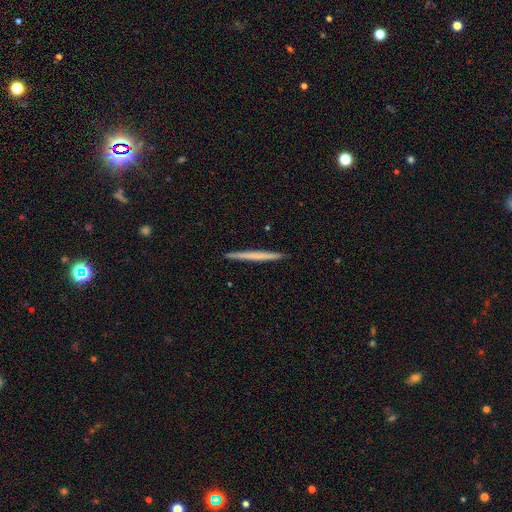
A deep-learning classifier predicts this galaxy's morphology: The model was most divided on "smooth or featured": smooth: 54%, featured or disk: 41%, star or artifact: 5%. More confident: how rounded — cigar-shaped (97%); merging — none (93%).